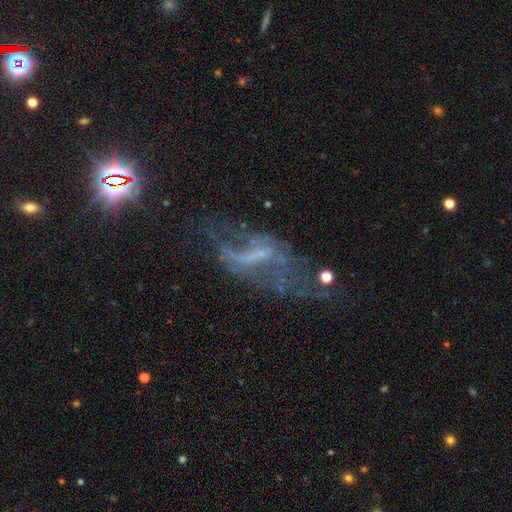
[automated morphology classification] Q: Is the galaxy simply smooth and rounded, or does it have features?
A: featured or disk — 66%.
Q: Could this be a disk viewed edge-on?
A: no — 91%.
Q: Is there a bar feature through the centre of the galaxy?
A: no — 38%.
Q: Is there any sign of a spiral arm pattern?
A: no — 50%, tied with yes.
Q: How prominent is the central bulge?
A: none — 50%.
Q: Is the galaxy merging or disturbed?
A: major disturbance — 38%.